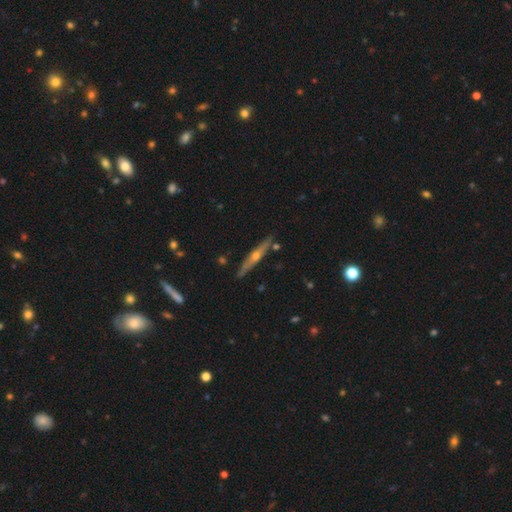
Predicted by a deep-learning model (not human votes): smooth-or-featured: featured or disk: 72% | smooth: 21% | star or artifact: 7%
  disk-edge-on: yes: 96% | no: 4%
    edge-on-bulge: rounded: 88% | none: 9% | boxy: 3%
  merging: none: 87% | minor disturbance: 9% | merger: 2% | major disturbance: 2%